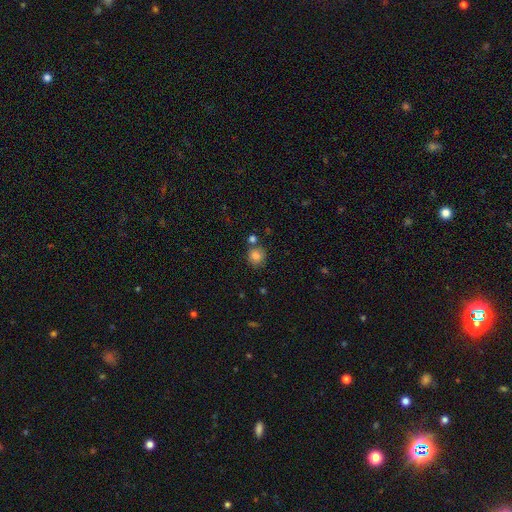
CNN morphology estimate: This appears to be a smooth galaxy with no disk features (83%) that is round (88%). Merging: none (75%).